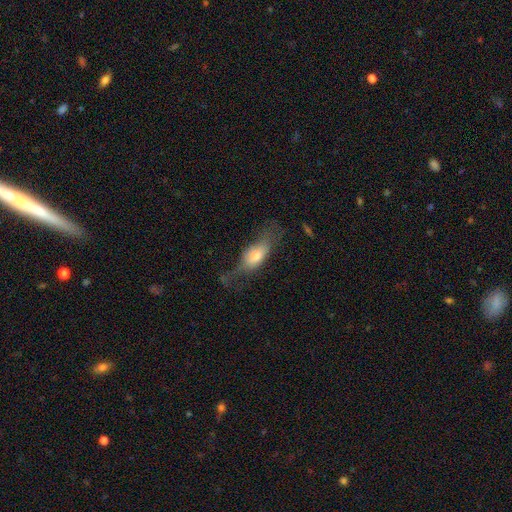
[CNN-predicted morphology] Smooth or featured: smooth — 59% (featured or disk — 32%)
How rounded: in between — 71% (cigar-shaped — 24%)
Merging: none — 38% (major disturbance — 32%)